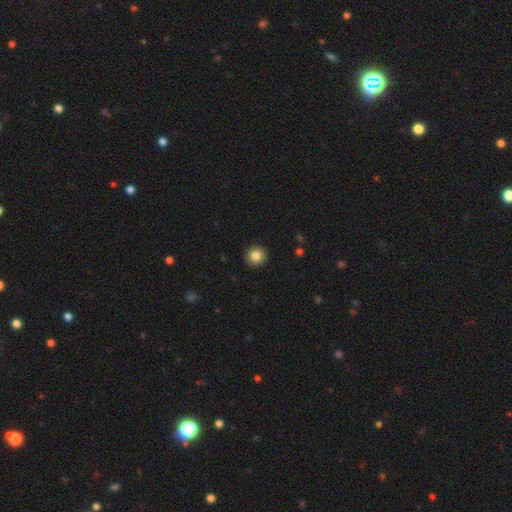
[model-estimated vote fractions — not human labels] Smooth or featured? smooth (84%)
How rounded? round (96%)
Merging? none (93%)